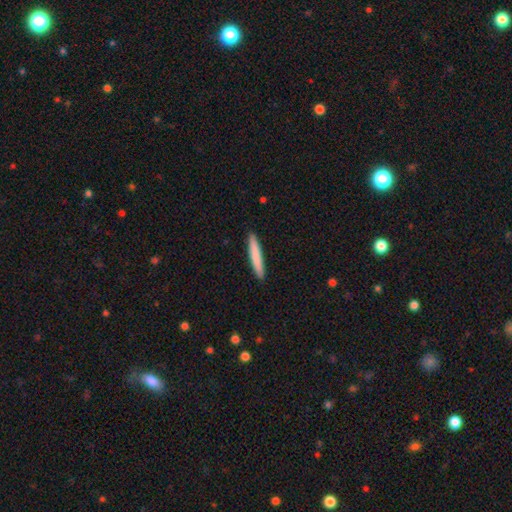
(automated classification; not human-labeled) The model was most divided on "smooth or featured": smooth: 79%, featured or disk: 15%, star or artifact: 5%. More confident: how rounded — cigar-shaped (95%); merging — none (92%).